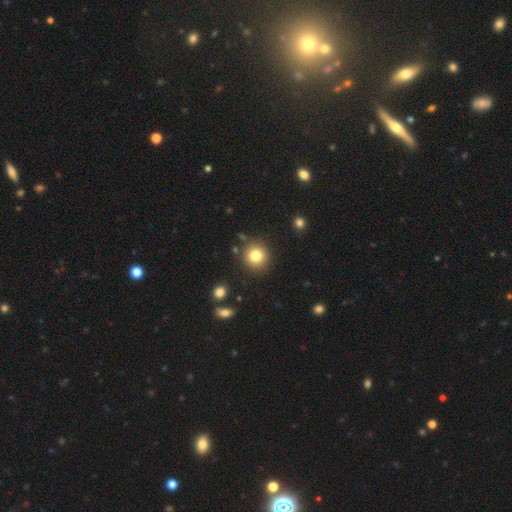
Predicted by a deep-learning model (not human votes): Overall: smooth (80%). How rounded: round (91%). Merging: none (87%).